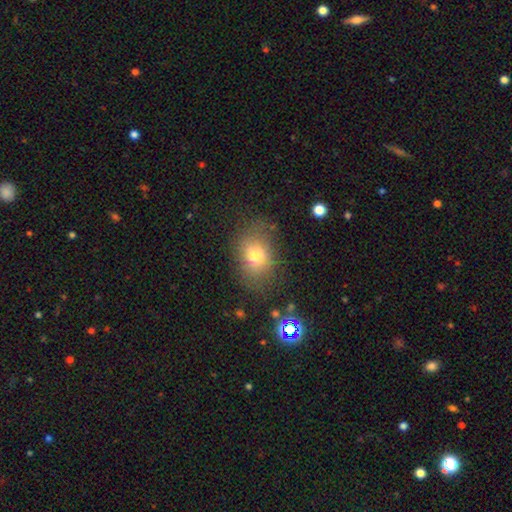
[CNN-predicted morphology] A smooth galaxy with no disk features (73%) that is in between round and cigar-shaped (69%). Merging: none (68%).